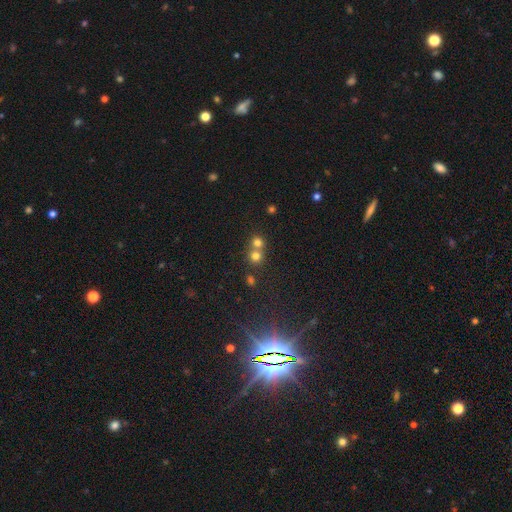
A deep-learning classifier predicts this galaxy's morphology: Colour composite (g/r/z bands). It shows a smooth galaxy with no disk features (73%) that is round (88%). Merging: merger (48%).